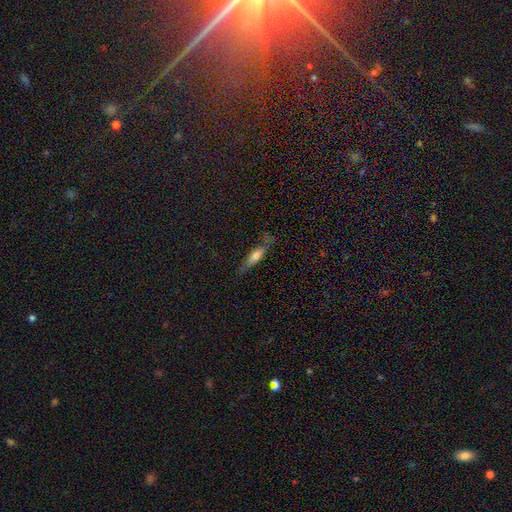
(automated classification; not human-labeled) A smooth galaxy with no disk features (52%) that is cigar-shaped (65%).

Vote fractions:
- Smooth or featured? smooth: 52% / featured or disk: 40% / star or artifact: 8%
- How rounded? cigar-shaped: 65% / in between: 32% / round: 3%
- Merging? none: 69% / minor disturbance: 22% / major disturbance: 7% / merger: 2%